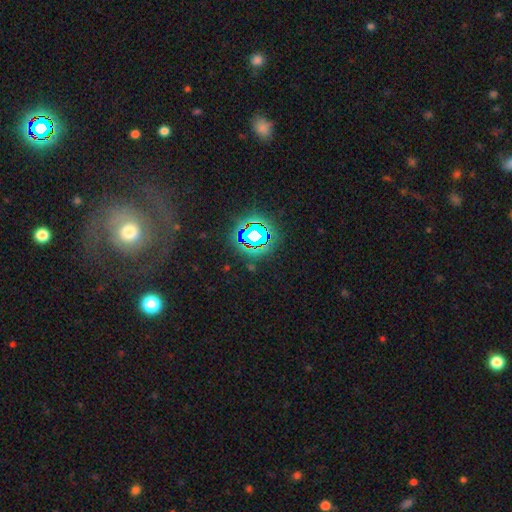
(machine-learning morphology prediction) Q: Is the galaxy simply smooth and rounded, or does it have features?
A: featured or disk — 39%, tied with star or artifact.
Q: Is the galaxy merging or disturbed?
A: none — 72%.